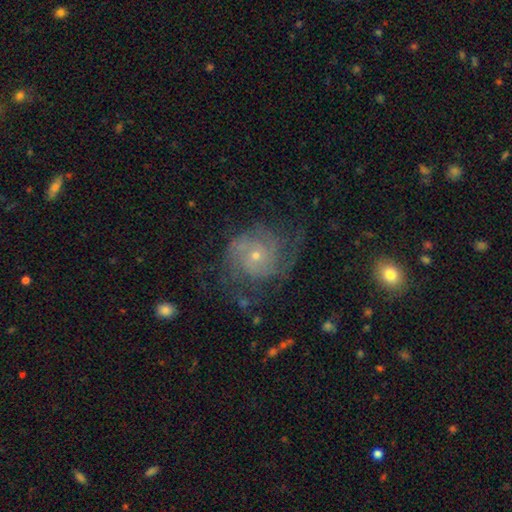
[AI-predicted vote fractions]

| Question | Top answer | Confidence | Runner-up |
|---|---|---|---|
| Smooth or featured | featured or disk | 78% | smooth (14%) |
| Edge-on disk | no | 98% | yes (2%) |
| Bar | no | 78% | weak (19%) |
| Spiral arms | yes | 93% | no (7%) |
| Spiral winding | tight | 50% | medium (37%) |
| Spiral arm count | can't tell | 31% | 2 (30%) |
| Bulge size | small | 71% | moderate (25%) |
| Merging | none | 62% | minor disturbance (20%) |